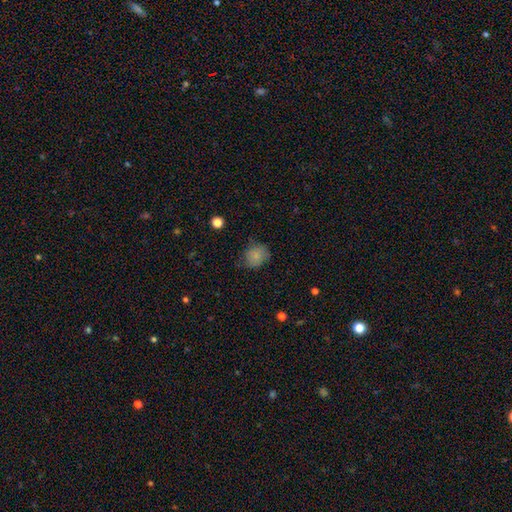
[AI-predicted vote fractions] Smooth or featured: smooth — 81% (star or artifact — 10%)
How rounded: round — 65% (in between — 34%)
Merging: none — 64% (minor disturbance — 27%)